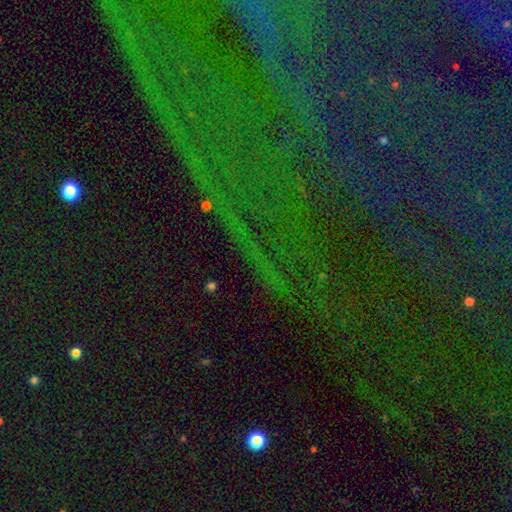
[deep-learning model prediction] Smooth or featured? Predicted: star or artifact (p=0.82).